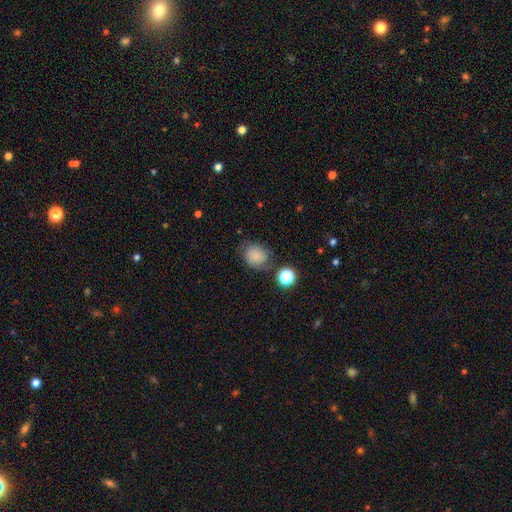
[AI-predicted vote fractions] Smooth or featured? Predicted: smooth (p=0.76). How rounded? Predicted: round (p=0.63). Merging? Predicted: none (p=0.65).